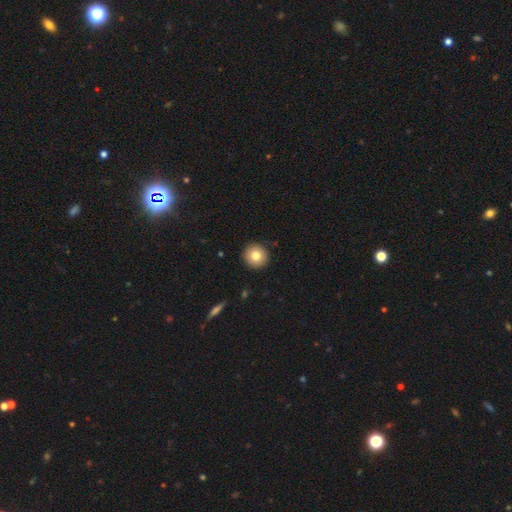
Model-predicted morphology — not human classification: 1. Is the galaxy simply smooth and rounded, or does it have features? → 79% smooth, 12% featured or disk, 9% star or artifact.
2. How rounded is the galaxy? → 95% round, 4% in between, 1% cigar-shaped.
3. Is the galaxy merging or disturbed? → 92% none, 5% minor disturbance, 2% major disturbance, 1% merger.